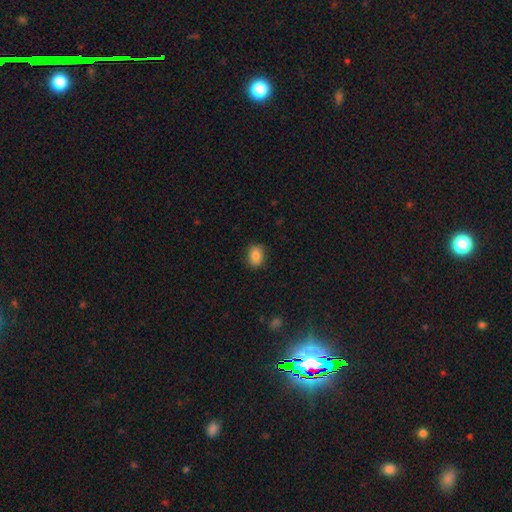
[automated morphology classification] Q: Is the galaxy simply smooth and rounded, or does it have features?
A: smooth — 86%.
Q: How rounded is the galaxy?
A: in between — 70%.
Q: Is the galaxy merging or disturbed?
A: none — 85%.